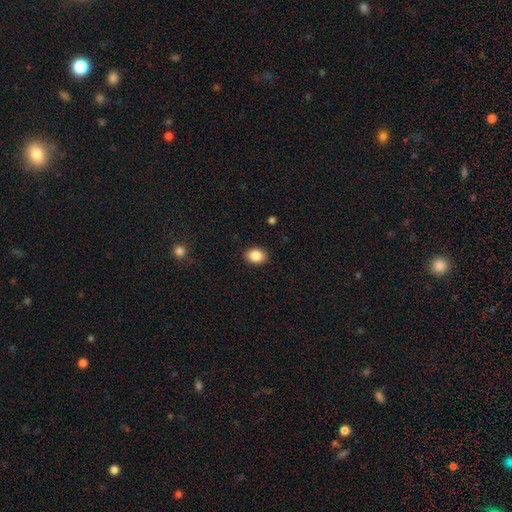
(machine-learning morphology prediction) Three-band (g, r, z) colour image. It shows a smooth galaxy with no disk features (87%) that is in between round and cigar-shaped (65%). Merging: none (90%).